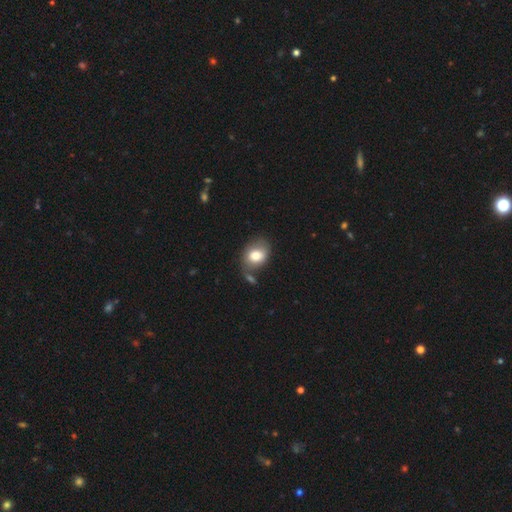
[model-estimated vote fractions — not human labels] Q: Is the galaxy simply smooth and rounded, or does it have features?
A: smooth — 75%.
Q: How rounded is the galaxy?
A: in between — 66%.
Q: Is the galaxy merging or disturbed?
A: none — 57%.